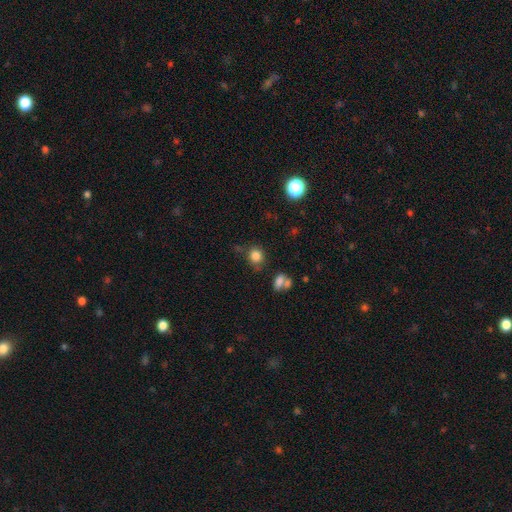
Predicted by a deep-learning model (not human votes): smooth-or-featured: smooth: 83% | star or artifact: 12% | featured or disk: 6%
  how-rounded: round: 76% | in between: 22% | cigar-shaped: 1%
  merging: none: 70% | minor disturbance: 17% | merger: 7% | major disturbance: 6%